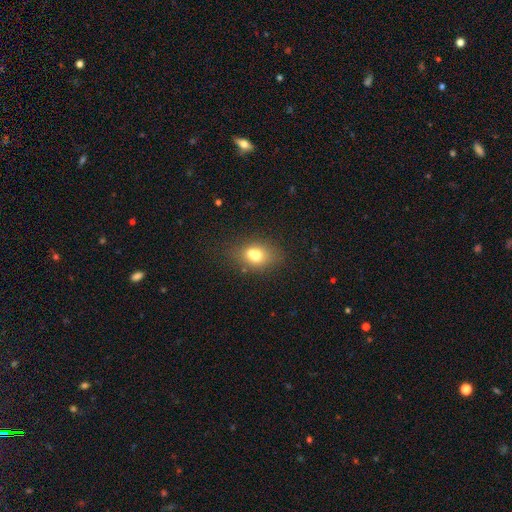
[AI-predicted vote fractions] Smooth or featured? Predicted: smooth (p=0.66). How rounded? Predicted: in between (p=0.62). Merging? Predicted: none (p=0.47).